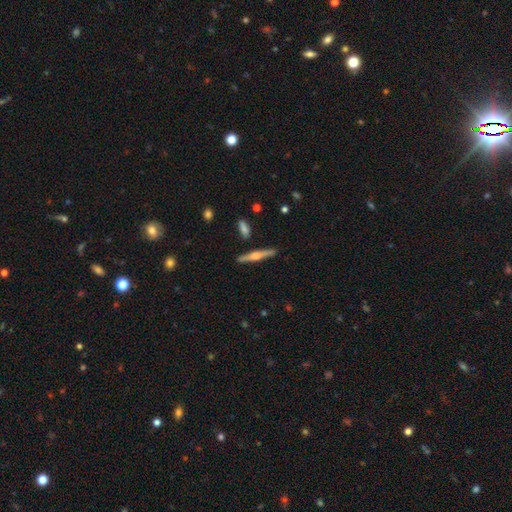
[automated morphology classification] featured or disk 66%, smooth 28%, star or artifact 6%. Down the decision tree: edge-on disk — yes (97%); edge-on bulge — rounded (83%); merging — none (87%).